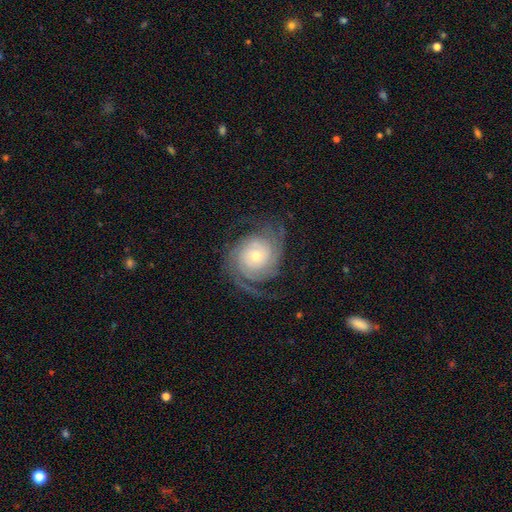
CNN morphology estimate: Q: Smooth or featured?
A: featured or disk (88%); runner-up: smooth (7%)
Q: Edge-on disk?
A: no (97%); runner-up: yes (3%)
Q: Bar?
A: no (75%); runner-up: weak (19%)
Q: Spiral arms?
A: yes (97%); runner-up: no (3%)
Q: Spiral winding?
A: tight (70%); runner-up: medium (24%)
Q: Spiral arm count?
A: 2 (31%); runner-up: 3 (23%)
Q: Bulge size?
A: small (56%); runner-up: moderate (38%)
Q: Merging?
A: none (74%); runner-up: minor disturbance (14%)